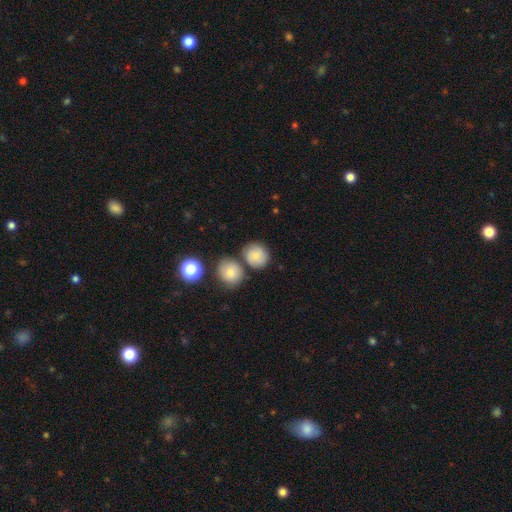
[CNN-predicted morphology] type=smooth (78%); roundness=round (83%); merging=none (63%).